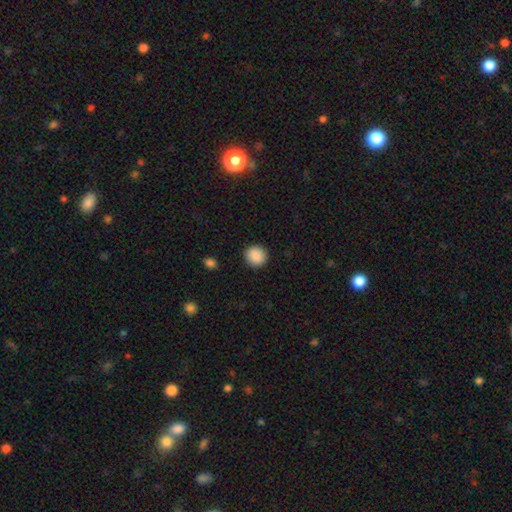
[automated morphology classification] A smooth galaxy with no disk features (89%) that is round (92%). Merging: none (92%).